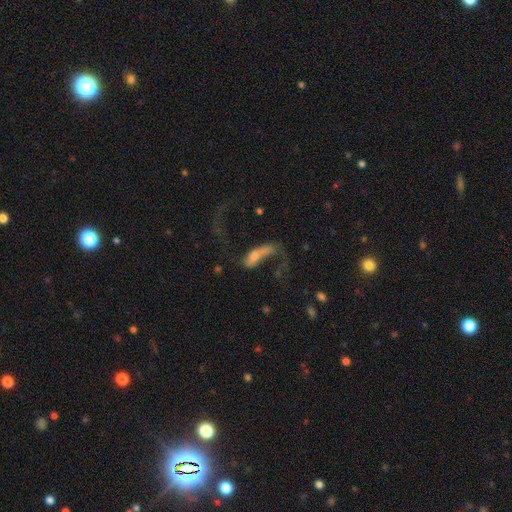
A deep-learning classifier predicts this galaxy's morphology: Smooth or featured: featured or disk — 49% (smooth — 41%)
Merging: major disturbance — 53% (none — 21%)